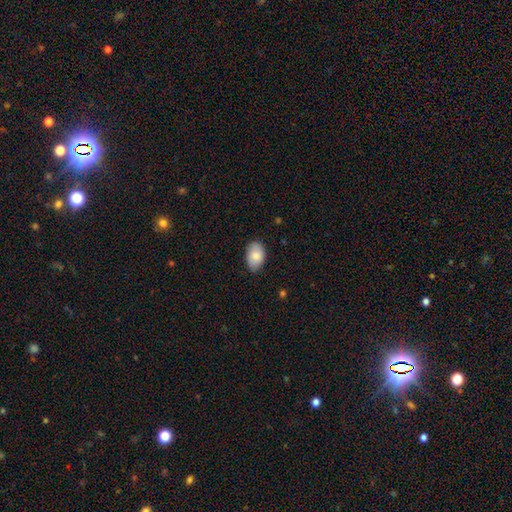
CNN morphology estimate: Smooth or featured?
  - smooth: 82% *
  - featured or disk: 11%
  - star or artifact: 6%
How rounded?
  - in between: 91% *
  - round: 8%
  - cigar-shaped: 1%
Merging?
  - none: 83% *
  - minor disturbance: 14%
  - major disturbance: 2%
  - merger: 1%